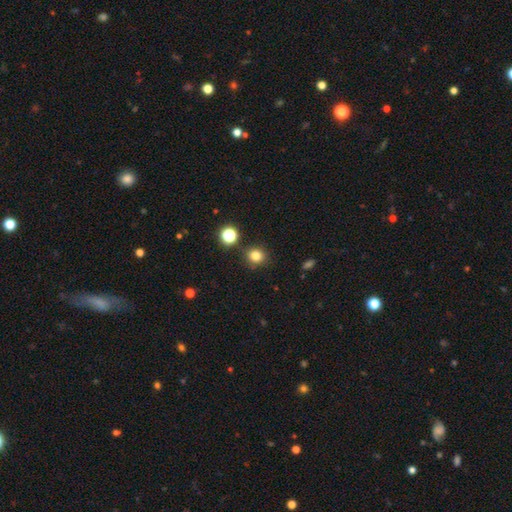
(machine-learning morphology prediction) Overall: smooth (80%). How rounded: round (79%). Merging: none (84%).